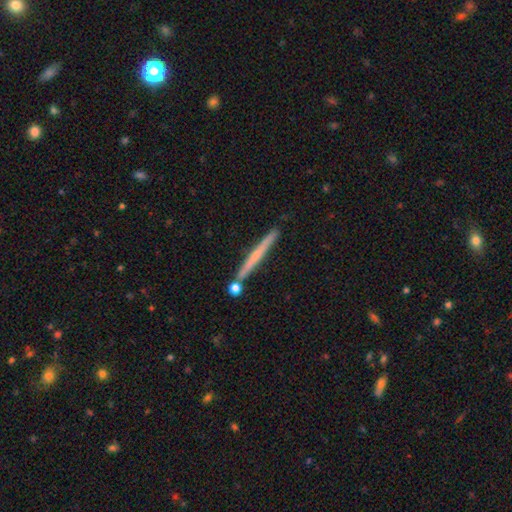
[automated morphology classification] Smooth or featured? Predicted: featured or disk (p=0.48). Merging? Predicted: none (p=0.84).